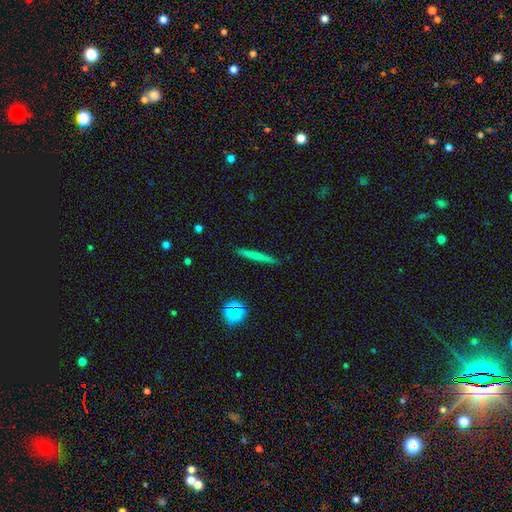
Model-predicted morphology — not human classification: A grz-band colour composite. It shows a smooth galaxy with no disk features (61%) that is cigar-shaped (94%). Merging: none (89%).